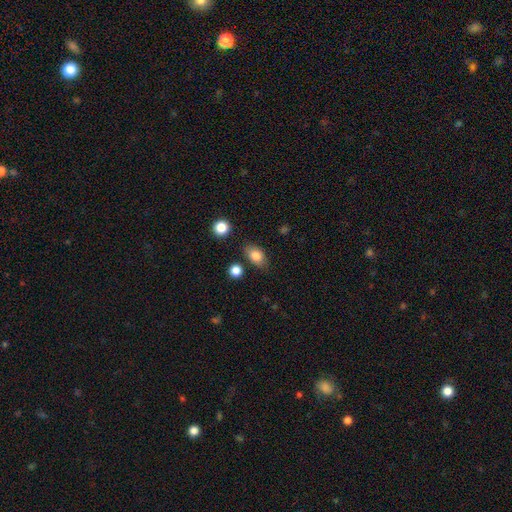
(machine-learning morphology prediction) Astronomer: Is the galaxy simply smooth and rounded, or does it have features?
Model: smooth — 84%.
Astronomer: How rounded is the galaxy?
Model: in between — 82%.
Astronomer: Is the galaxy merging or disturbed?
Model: none — 76%.